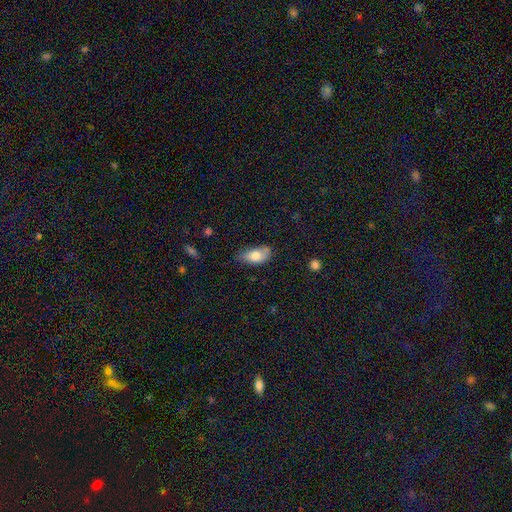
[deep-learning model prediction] The model was most divided on "merging": none: 48%, minor disturbance: 39%, major disturbance: 10%, merger: 3%. More confident: how rounded — in between (90%); smooth or featured — smooth (76%).